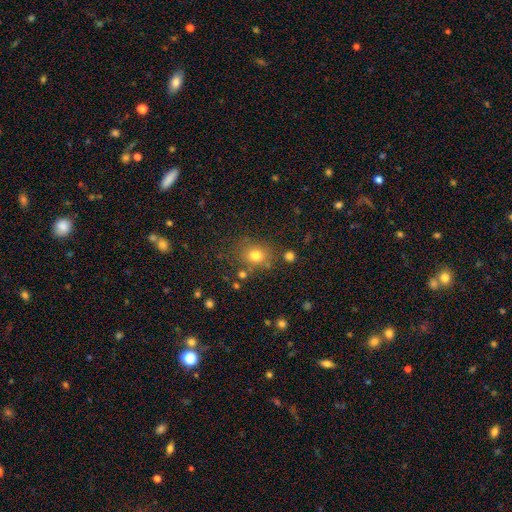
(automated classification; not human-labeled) The model was most divided on "how rounded": round: 73%, in between: 26%, cigar-shaped: 1%. More confident: smooth or featured — smooth (76%); merging — none (74%).